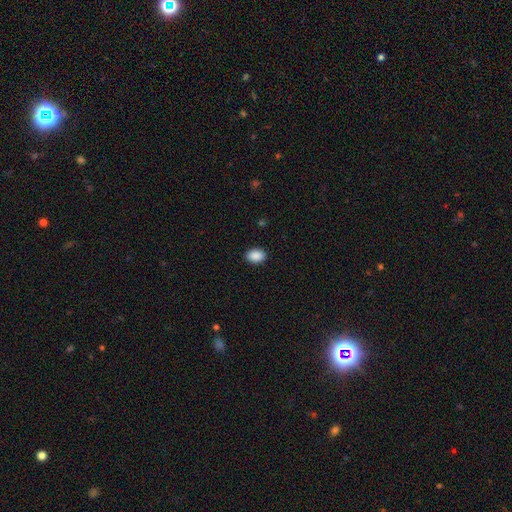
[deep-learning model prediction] Smooth or featured? Predicted: smooth (p=0.90). How rounded? Predicted: in between (p=0.84). Merging? Predicted: none (p=0.90).